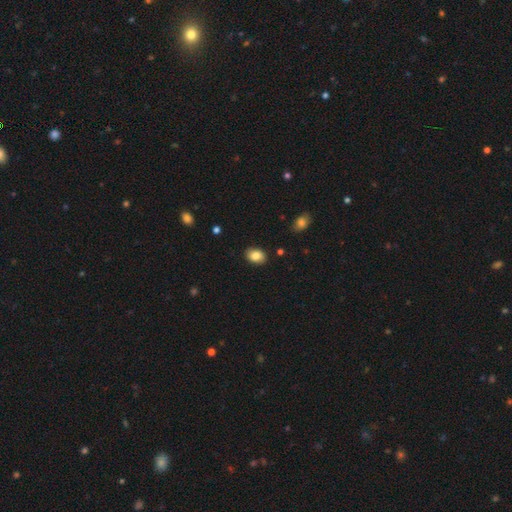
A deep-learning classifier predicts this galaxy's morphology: smooth 85%, star or artifact 8%, featured or disk 7%. Down the decision tree: how rounded — in between (77%); merging — none (88%).